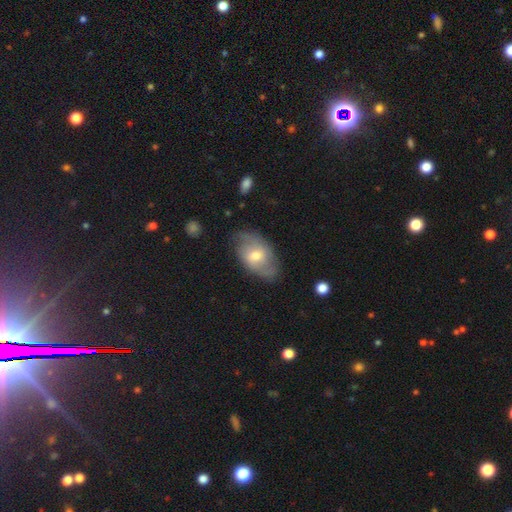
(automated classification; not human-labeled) A featured or disk galaxy (50%). Merging: none (70%).